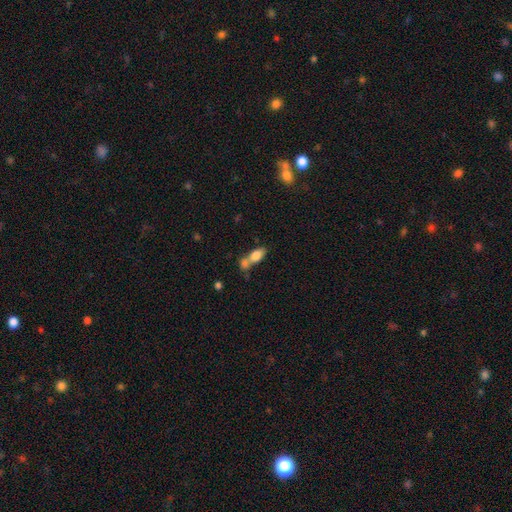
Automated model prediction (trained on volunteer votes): Overall: smooth (78%). How rounded: in between (86%). Merging: merger (60%; none 26%).